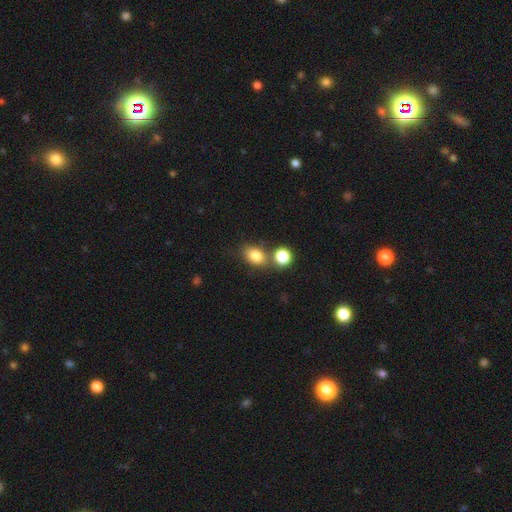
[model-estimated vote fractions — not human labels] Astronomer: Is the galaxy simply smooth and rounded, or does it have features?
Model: smooth — 82%.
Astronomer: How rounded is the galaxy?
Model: in between — 72%.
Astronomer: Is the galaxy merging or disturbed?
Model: none — 60%.